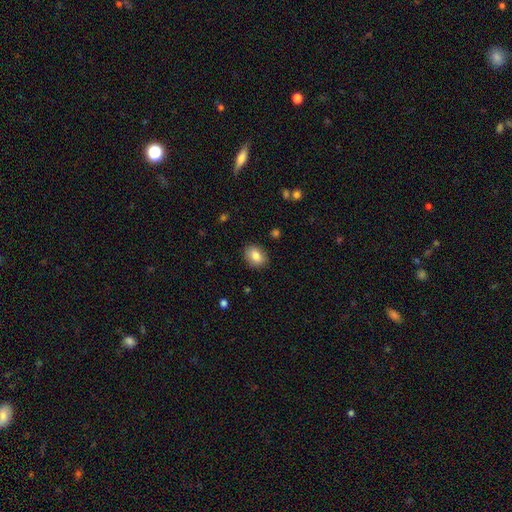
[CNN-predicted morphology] This is clearly a smooth galaxy (83%). How rounded: likely in between (63%). Merging: clearly none (87%).